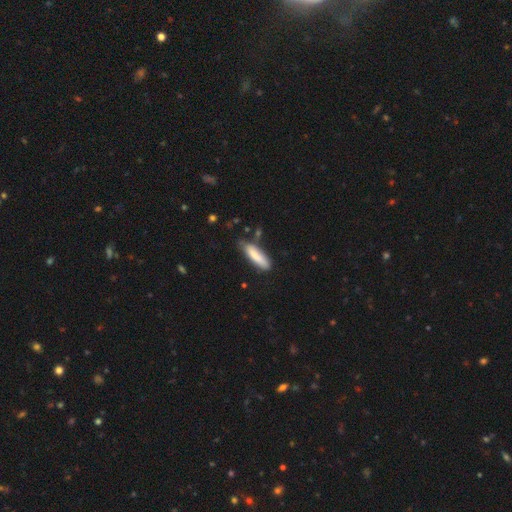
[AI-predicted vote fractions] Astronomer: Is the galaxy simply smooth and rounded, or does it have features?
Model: smooth — 80%.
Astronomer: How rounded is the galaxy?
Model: cigar-shaped — 70%.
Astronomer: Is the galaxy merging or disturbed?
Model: none — 65%.